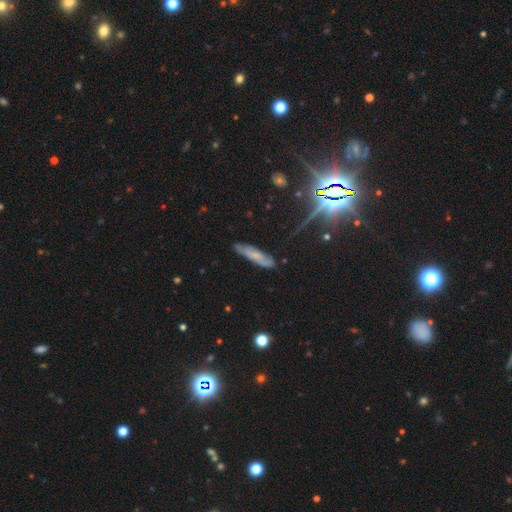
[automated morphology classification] This appears to be a smooth galaxy with no disk features (50%). Merging: none (76%).